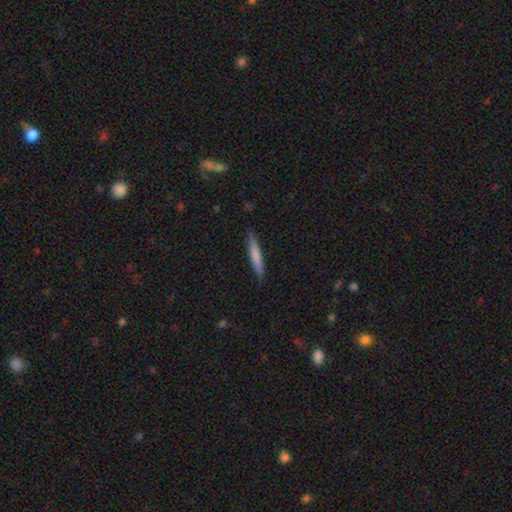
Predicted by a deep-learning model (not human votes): Q: Smooth or featured?
A: smooth (72%); runner-up: featured or disk (23%)
Q: How rounded?
A: cigar-shaped (94%); runner-up: in between (5%)
Q: Merging?
A: none (85%); runner-up: minor disturbance (11%)